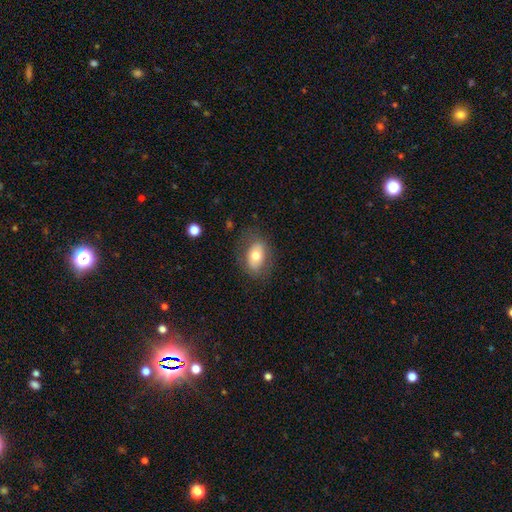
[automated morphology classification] Overall: smooth (67%). How rounded: in between (83%). Merging: none (75%).